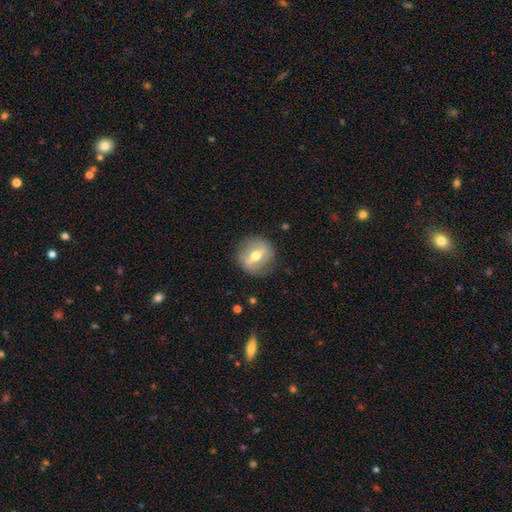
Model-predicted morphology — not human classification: Smooth or featured?
  - featured or disk: 60% *
  - smooth: 33%
  - star or artifact: 7%
Edge-on disk?
  - no: 82% *
  - yes: 18%
Merging?
  - none: 82% *
  - minor disturbance: 12%
  - major disturbance: 5%
  - merger: 1%